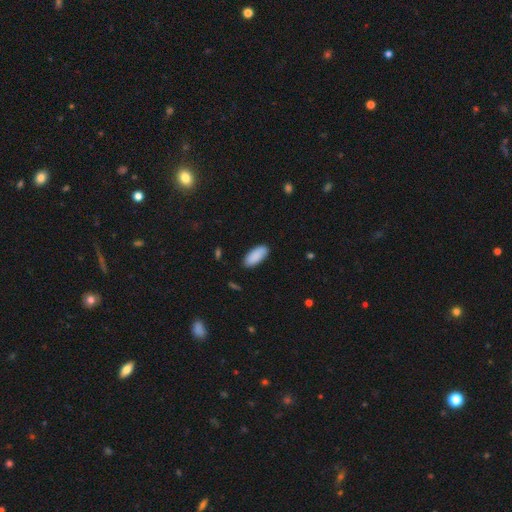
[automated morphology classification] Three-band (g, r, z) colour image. It shows a smooth galaxy with no disk features (90%) that is in between round and cigar-shaped (88%). Merging: none (87%).